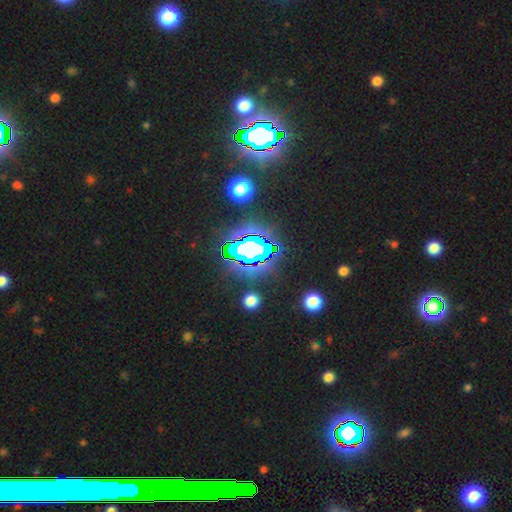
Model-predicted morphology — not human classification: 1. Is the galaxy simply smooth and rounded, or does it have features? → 79% star or artifact, 12% smooth, 9% featured or disk.